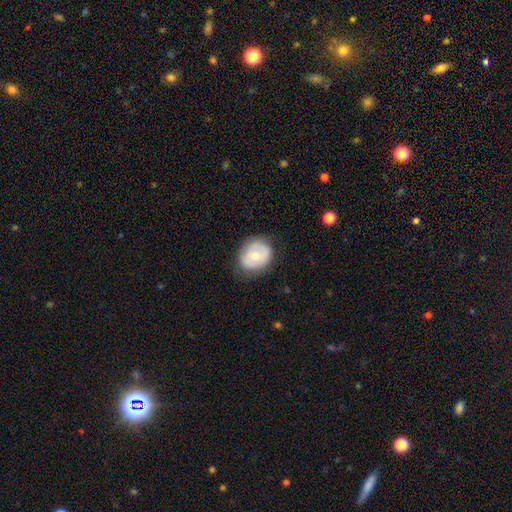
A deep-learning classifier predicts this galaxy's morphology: Smooth or featured? smooth (55%)
How rounded? round (56%)
Merging? none (72%)